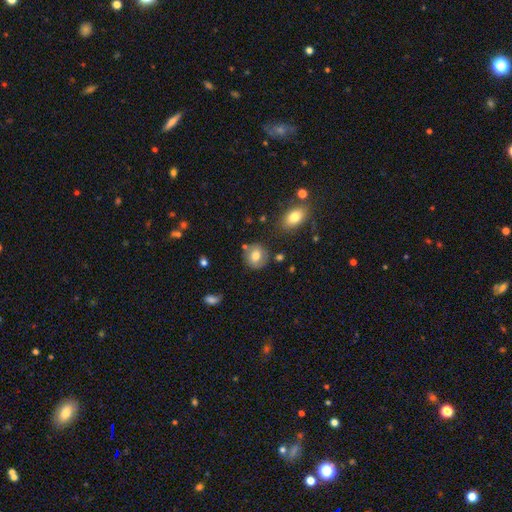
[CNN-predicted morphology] Smooth or featured? Predicted: smooth (p=0.73). How rounded? Predicted: round (p=0.77). Merging? Predicted: none (p=0.78).